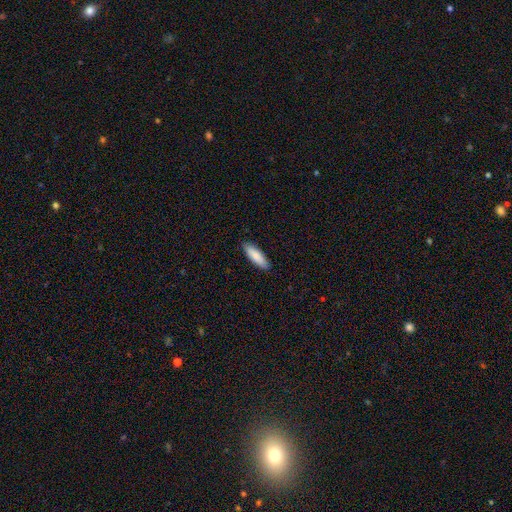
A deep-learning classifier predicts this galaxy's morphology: A smooth galaxy with no disk features (86%) that is cigar-shaped (49%, tied with in between).

Vote fractions:
- Smooth or featured? smooth: 86% / featured or disk: 9% / star or artifact: 5%
- How rounded? cigar-shaped: 49% (tied) / in between: 49% (tied) / round: 1%
- Merging? none: 89% / minor disturbance: 8% / major disturbance: 2% / merger: 1%